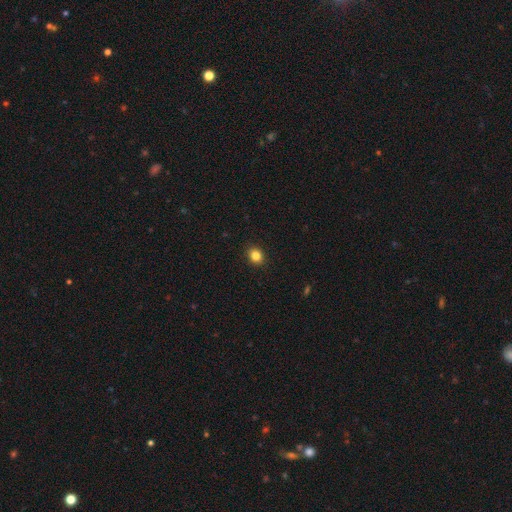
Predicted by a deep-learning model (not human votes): Smooth or featured? smooth (84%)
How rounded? round (64%)
Merging? none (91%)